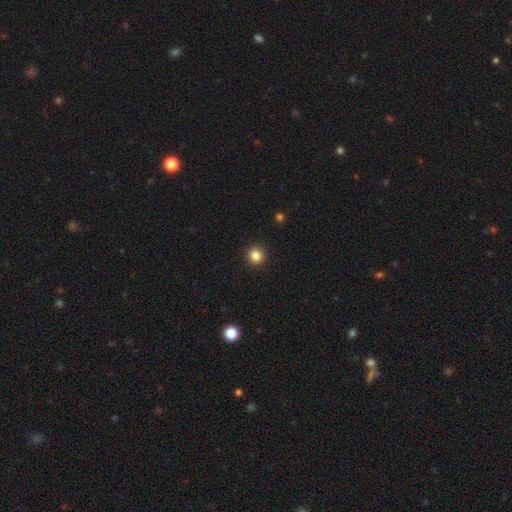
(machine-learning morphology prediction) Smooth or featured? smooth (84%)
How rounded? round (94%)
Merging? none (93%)